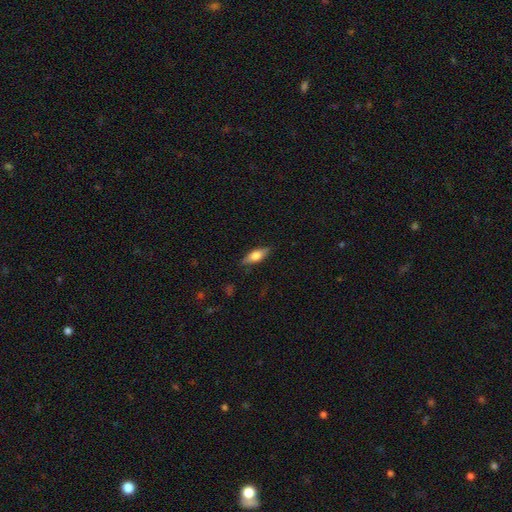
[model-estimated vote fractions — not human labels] The model was most divided on "smooth or featured": smooth: 62%, featured or disk: 31%, star or artifact: 7%. More confident: merging — none (83%); how rounded — in between (66%).